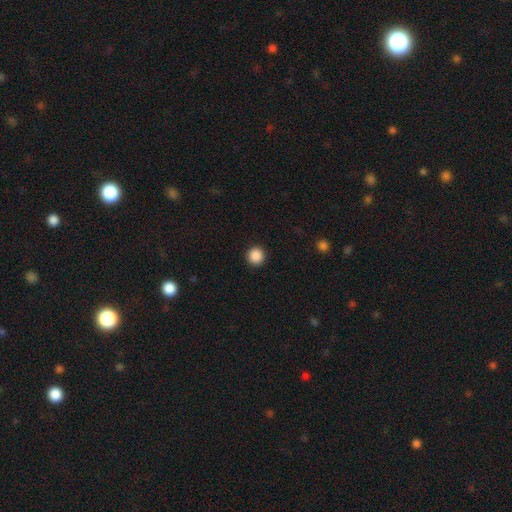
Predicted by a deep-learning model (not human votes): smooth 89%, star or artifact 9%, featured or disk 2%. Down the decision tree: how rounded — round (96%); merging — none (93%).